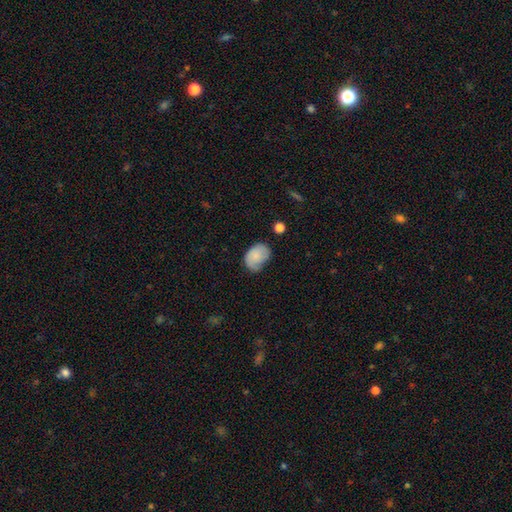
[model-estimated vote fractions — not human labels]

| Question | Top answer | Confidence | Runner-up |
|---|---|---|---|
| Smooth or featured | smooth | 77% | featured or disk (15%) |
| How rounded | in between | 74% | round (25%) |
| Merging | none | 48% | minor disturbance (37%) |